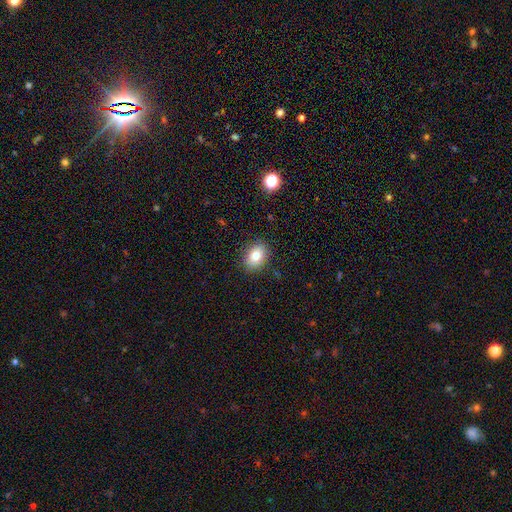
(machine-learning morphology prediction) A smooth galaxy with no disk features (81%) that is in between round and cigar-shaped (74%). Merging: none (88%).